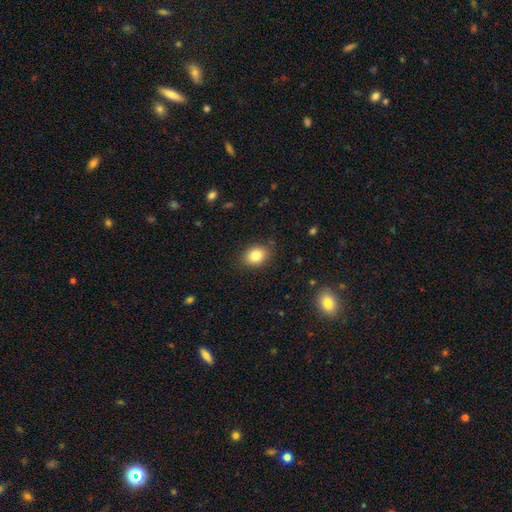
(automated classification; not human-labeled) Smooth or featured: smooth — 83% (star or artifact — 9%)
How rounded: in between — 57% (round — 42%)
Merging: none — 86% (minor disturbance — 10%)